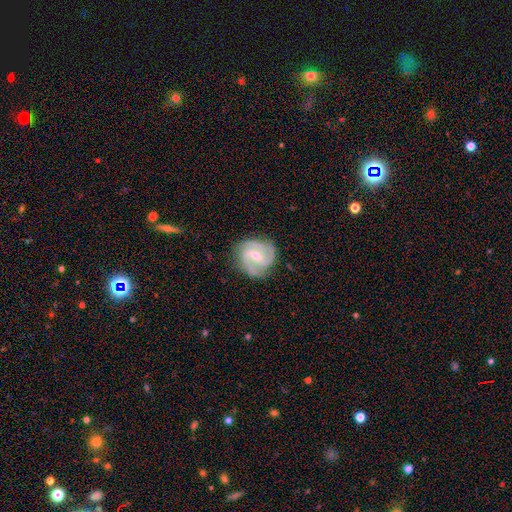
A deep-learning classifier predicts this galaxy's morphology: featured or disk 87%, smooth 8%, star or artifact 5%. Down the decision tree: edge-on disk — no (98%); bar — weak (52%); spiral arms — yes (97%); spiral arm count — 3 (45%); spiral winding — medium (50%); bulge size — small (51%); merging — none (78%).